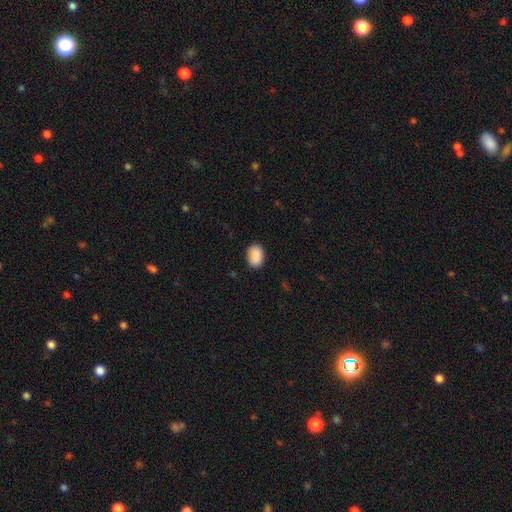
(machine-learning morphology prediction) This appears to be a smooth galaxy with no disk features (90%) that is in between round and cigar-shaped (78%). Merging: none (88%).